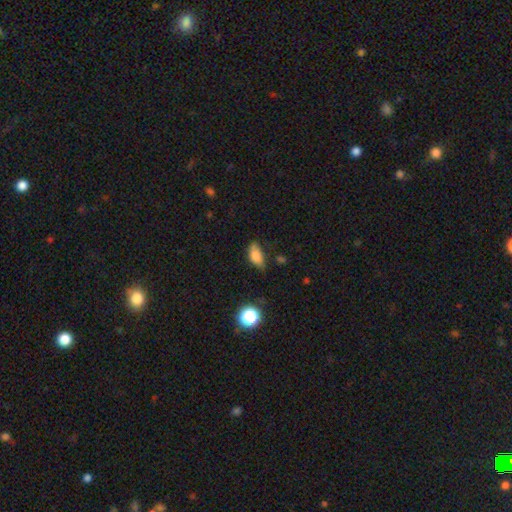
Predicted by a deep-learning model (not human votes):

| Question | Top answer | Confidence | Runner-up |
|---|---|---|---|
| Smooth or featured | smooth | 80% | star or artifact (10%) |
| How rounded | in between | 85% | cigar-shaped (9%) |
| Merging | none | 59% | minor disturbance (31%) |